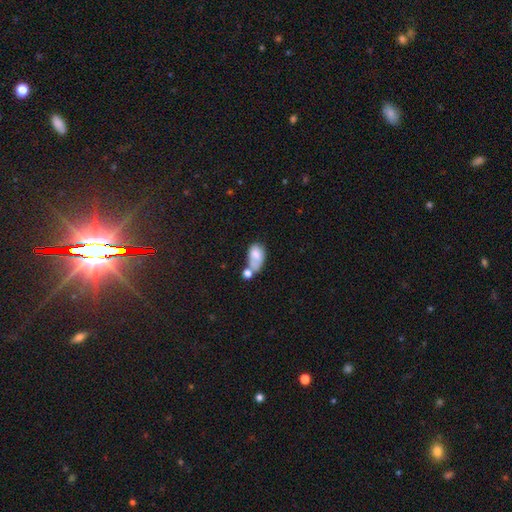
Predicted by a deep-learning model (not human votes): Morphology: type=smooth (74%); roundness=in between (90%); merging=merger (43%).